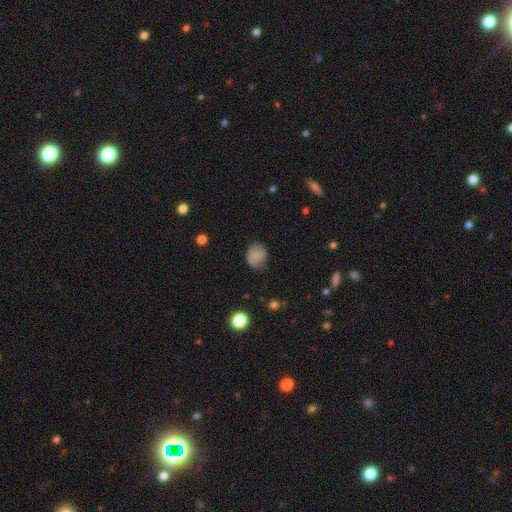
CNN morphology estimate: The model was most divided on "how rounded": round: 62%, in between: 37%, cigar-shaped: 1%. More confident: smooth or featured — smooth (77%); merging — none (71%).